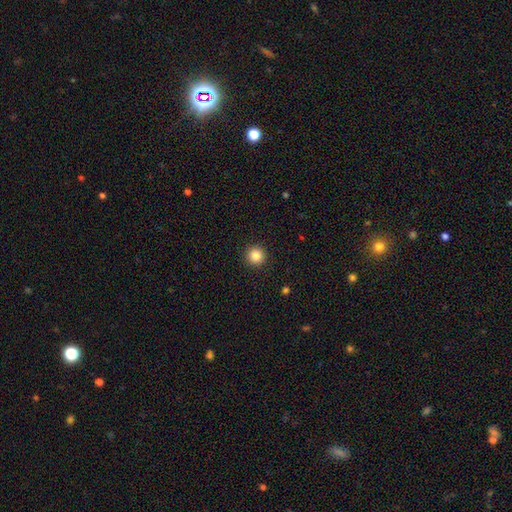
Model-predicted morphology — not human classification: Smooth or featured? smooth (85%)
How rounded? round (96%)
Merging? none (93%)